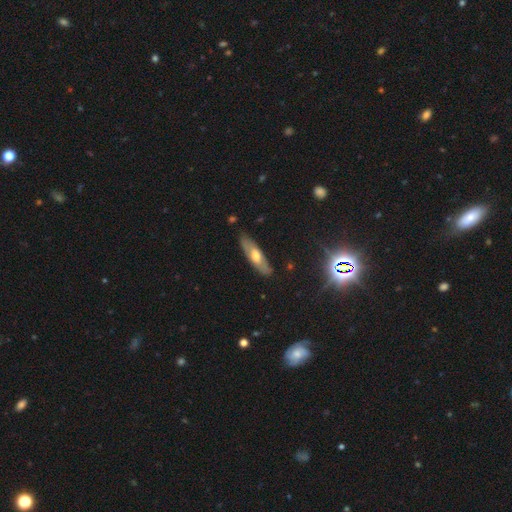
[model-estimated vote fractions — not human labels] Smooth or featured? featured or disk (48%)
Merging? none (83%)